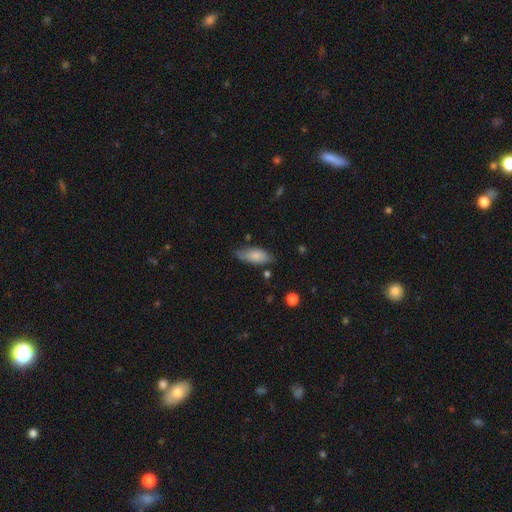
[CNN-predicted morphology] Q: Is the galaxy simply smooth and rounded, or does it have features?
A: smooth — 79%.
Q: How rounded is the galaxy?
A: in between — 81%.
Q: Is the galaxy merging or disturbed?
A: none — 69%.